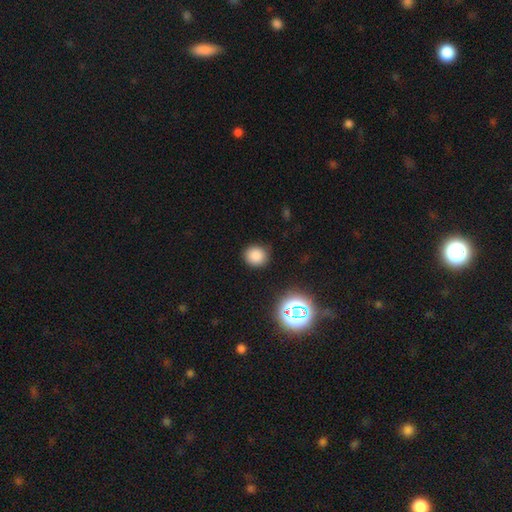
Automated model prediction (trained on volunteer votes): smooth-or-featured: smooth: 81% | star or artifact: 14% | featured or disk: 4%
  how-rounded: round: 84% | in between: 15% | cigar-shaped: 1%
  merging: none: 88% | minor disturbance: 8% | major disturbance: 2% | merger: 1%